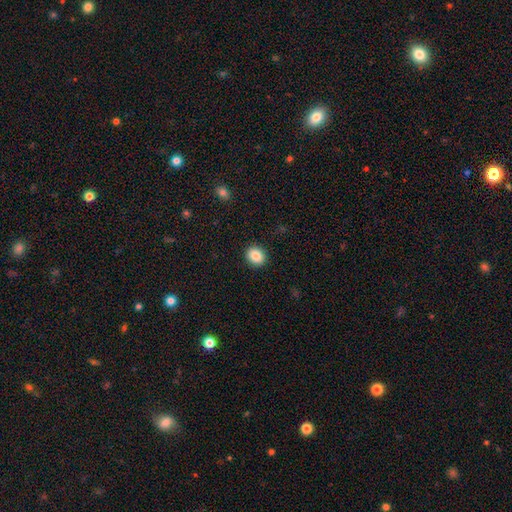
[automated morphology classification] type=smooth (87%); roundness=round (66%); merging=none (91%).